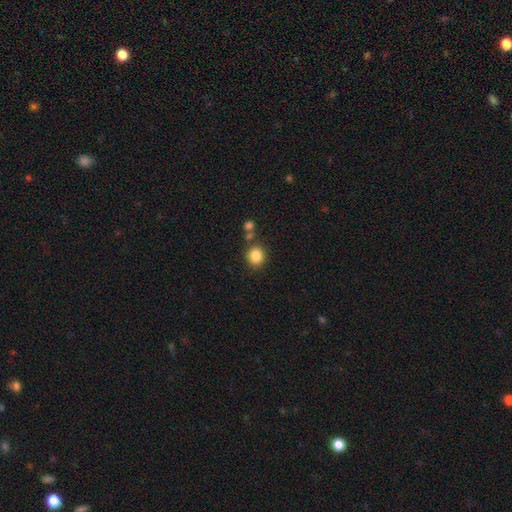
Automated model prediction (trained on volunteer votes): smooth_or_featured: smooth (p=0.84) [alt: star or artifact p=0.10]
how_rounded: round (p=0.80) [alt: in between p=0.19]
merging: none (p=0.77) [alt: merger p=0.10]